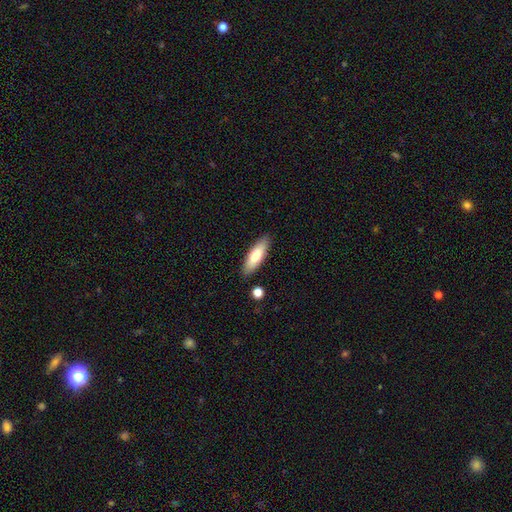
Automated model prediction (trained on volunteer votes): Smooth or featured?
  - smooth: 72% *
  - featured or disk: 22%
  - star or artifact: 6%
How rounded?
  - in between: 52% *
  - cigar-shaped: 46%
  - round: 2%
Merging?
  - none: 86% *
  - minor disturbance: 9%
  - merger: 3%
  - major disturbance: 2%